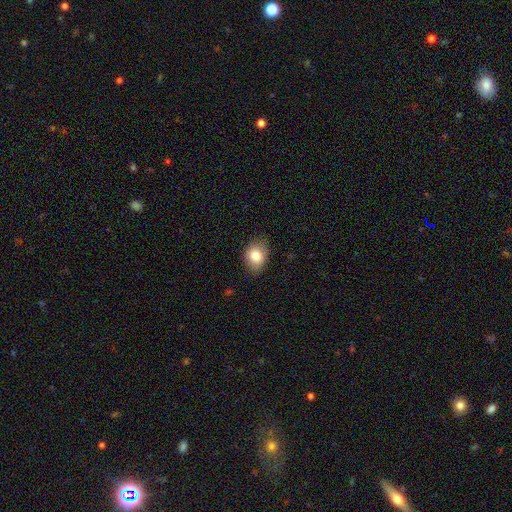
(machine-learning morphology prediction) smooth_or_featured: smooth (p=0.82) [alt: featured or disk p=0.09]
how_rounded: in between (p=0.63) [alt: round p=0.36]
merging: none (p=0.76) [alt: minor disturbance p=0.20]